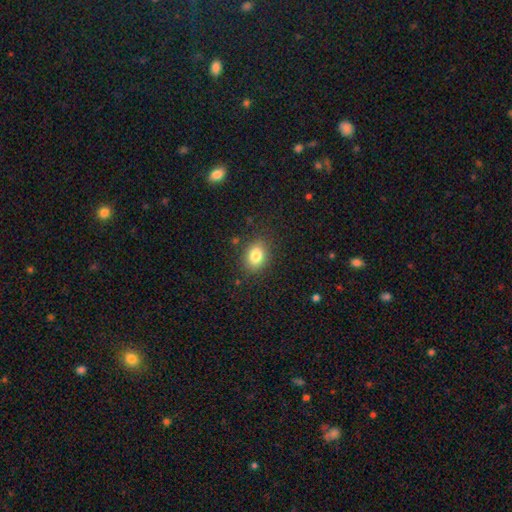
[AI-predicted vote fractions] This is clearly a smooth galaxy (82%). How rounded: possibly in between (59%). Merging: clearly none (85%).